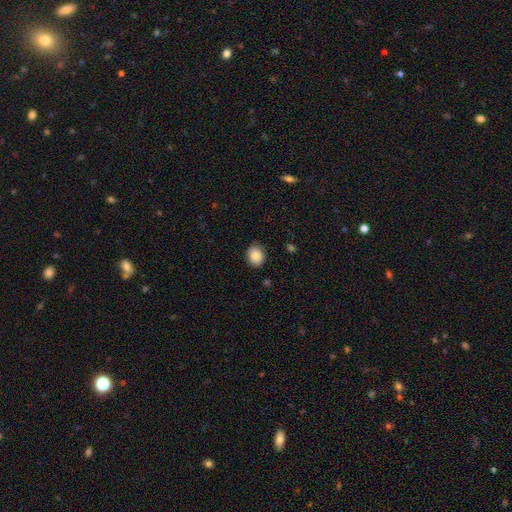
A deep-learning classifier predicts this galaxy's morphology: Smooth or featured?
  - smooth: 86% *
  - star or artifact: 8%
  - featured or disk: 6%
How rounded?
  - round: 54% *
  - in between: 45%
  - cigar-shaped: 1%
Merging?
  - none: 85% *
  - minor disturbance: 11%
  - major disturbance: 2%
  - merger: 1%